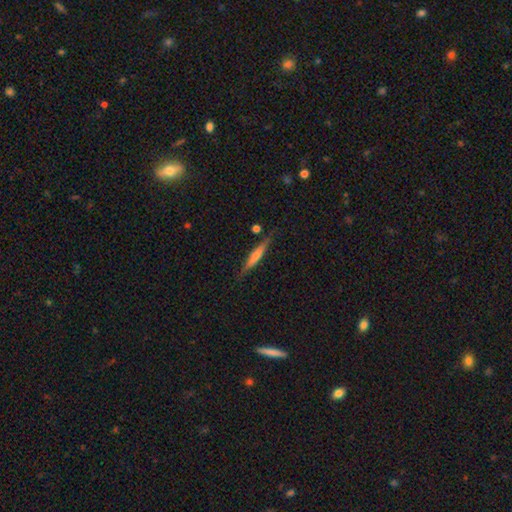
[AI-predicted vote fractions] Morphology: type=featured or disk (58%); edge-on=yes (96%); edge-on bulge=rounded (56%); merging=none (86%).